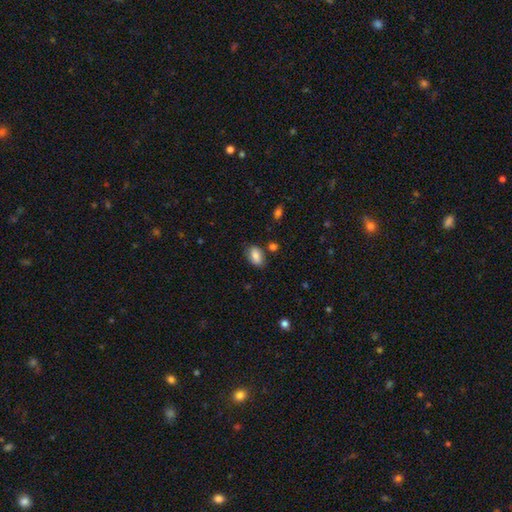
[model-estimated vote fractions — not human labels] Morphology: type=smooth (84%); roundness=in between (90%); merging=none (76%).